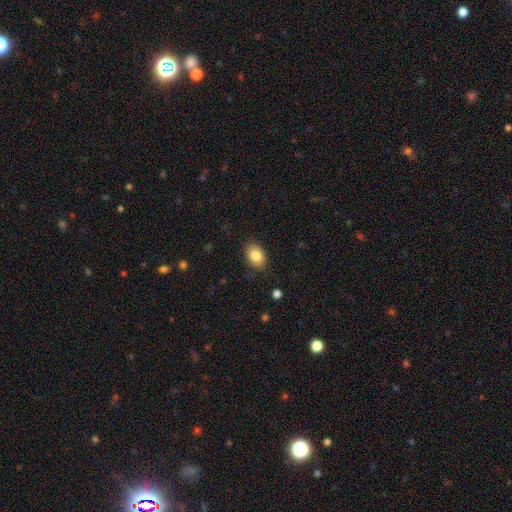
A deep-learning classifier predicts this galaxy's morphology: Smooth or featured?
  - smooth: 85% *
  - star or artifact: 8%
  - featured or disk: 7%
How rounded?
  - in between: 80% *
  - round: 19%
  - cigar-shaped: 1%
Merging?
  - none: 84% *
  - minor disturbance: 12%
  - major disturbance: 3%
  - merger: 1%